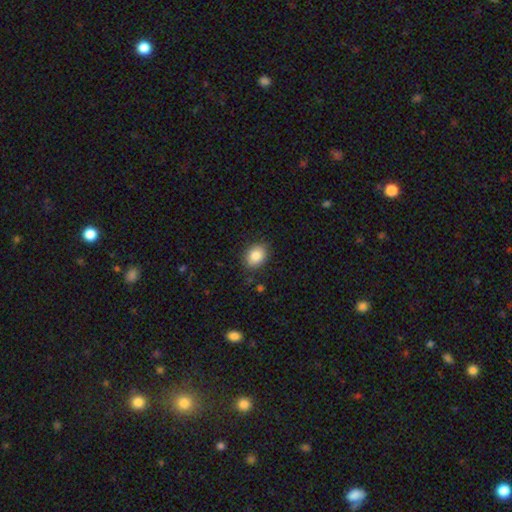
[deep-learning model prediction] smooth 85%, star or artifact 8%, featured or disk 7%. Down the decision tree: how rounded — in between (66%); merging — none (86%).